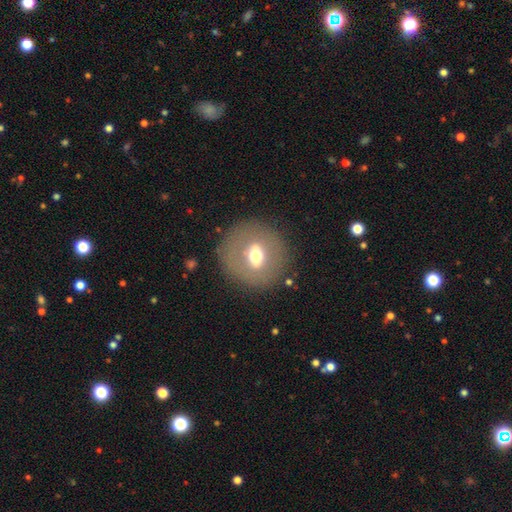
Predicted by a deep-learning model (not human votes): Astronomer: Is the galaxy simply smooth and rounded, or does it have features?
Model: smooth — 47% (runner-up: featured or disk, 44%).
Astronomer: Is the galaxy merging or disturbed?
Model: none — 83%.